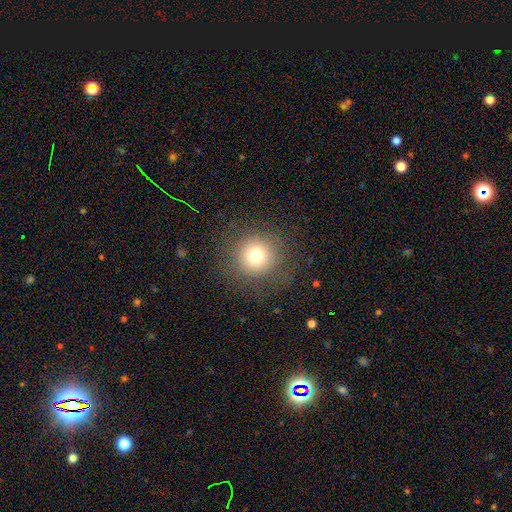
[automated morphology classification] This appears to be a smooth galaxy with no disk features (74%) that is round (94%). Merging: none (83%).